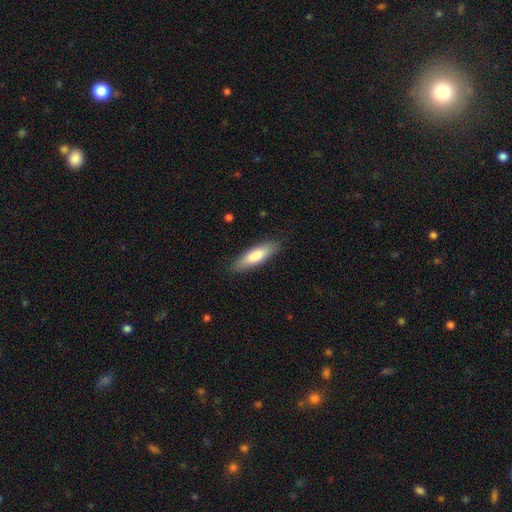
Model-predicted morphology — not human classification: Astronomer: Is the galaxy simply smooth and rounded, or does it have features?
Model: smooth — 79%.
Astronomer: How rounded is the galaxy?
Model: cigar-shaped — 59% (runner-up: in between, 40%).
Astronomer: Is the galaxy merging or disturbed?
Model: none — 86%.